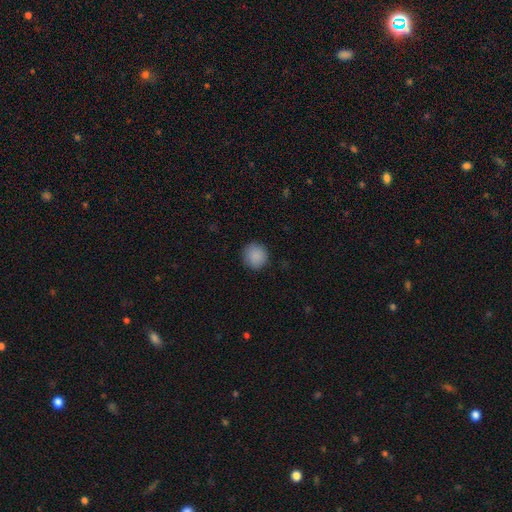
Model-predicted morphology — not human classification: type=smooth (89%); roundness=round (93%); merging=none (89%).